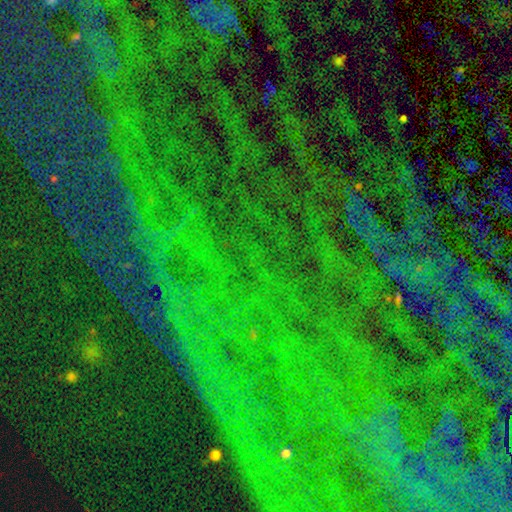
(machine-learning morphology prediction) Smooth or featured? star or artifact (84%)